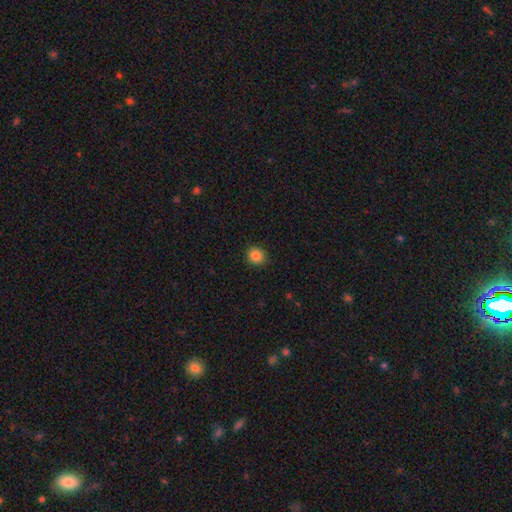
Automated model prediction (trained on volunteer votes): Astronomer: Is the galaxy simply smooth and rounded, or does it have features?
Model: smooth — 86%.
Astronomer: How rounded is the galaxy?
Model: round — 86%.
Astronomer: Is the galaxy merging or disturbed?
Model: none — 90%.